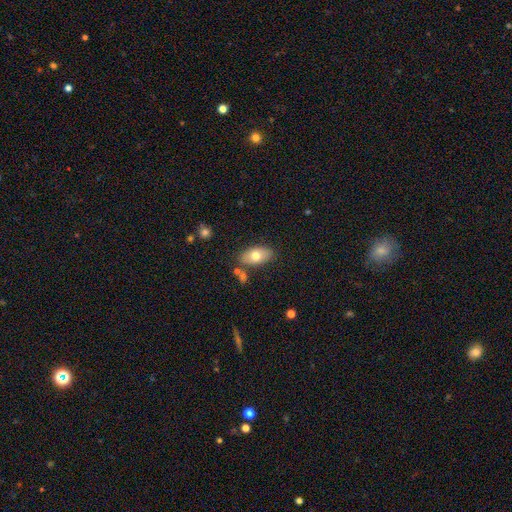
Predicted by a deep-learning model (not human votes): Overall: smooth (71%). How rounded: in between (91%). Merging: none (80%).